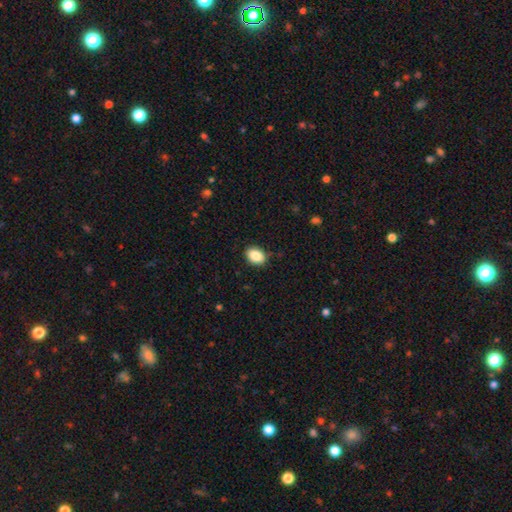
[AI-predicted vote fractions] Morphology: type=smooth (86%); roundness=in between (74%); merging=none (86%).